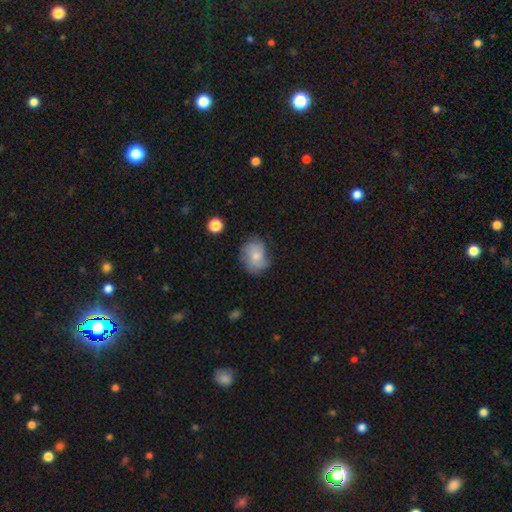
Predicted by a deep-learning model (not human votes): Smooth or featured: smooth — 61% (featured or disk — 30%)
How rounded: in between — 50% (round — 49%)
Merging: none — 62% (minor disturbance — 27%)